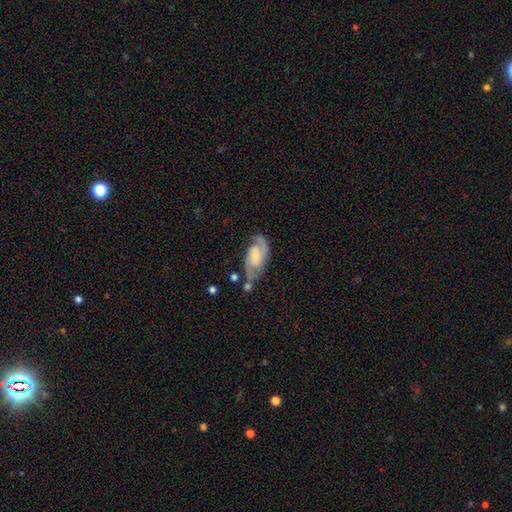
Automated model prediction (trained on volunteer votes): Smooth or featured? featured or disk (84%)
Edge-on disk? no (96%)
Bar? no (44%)
Spiral arms? yes (96%)
Spiral winding? medium (53%)
Spiral arm count? 2 (89%)
Bulge size? small (54%)
Merging? none (67%)